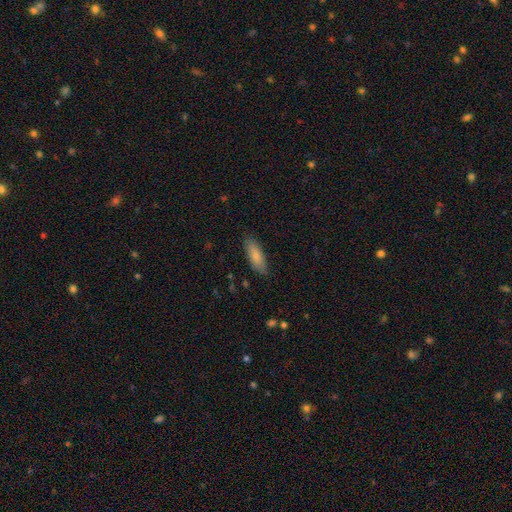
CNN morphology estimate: A smooth galaxy with no disk features (81%) that is in between round and cigar-shaped (62%). Merging: none (85%).